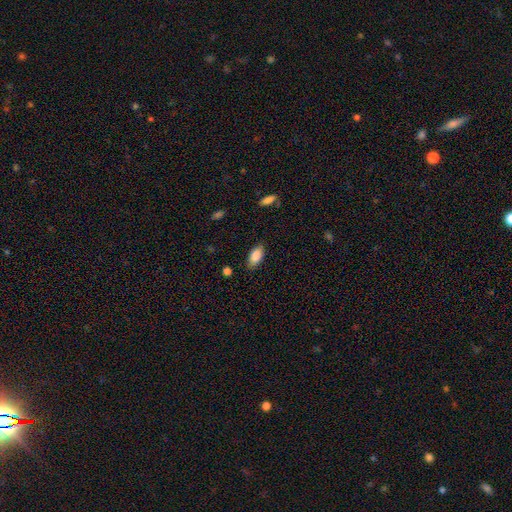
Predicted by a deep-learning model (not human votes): Smooth or featured? Predicted: smooth (p=0.85). How rounded? Predicted: in between (p=0.90). Merging? Predicted: none (p=0.85).